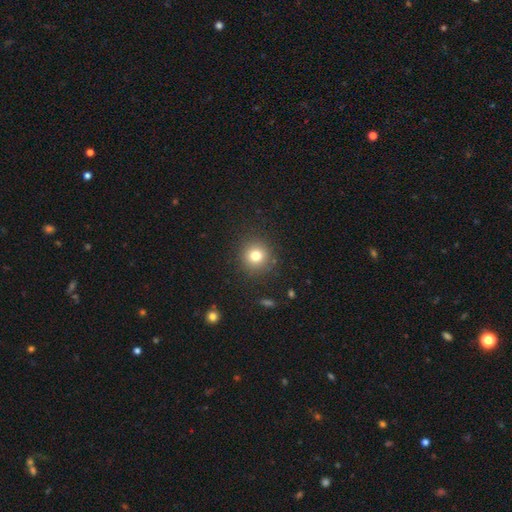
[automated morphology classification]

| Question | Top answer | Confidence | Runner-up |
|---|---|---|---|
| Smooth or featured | smooth | 78% | star or artifact (14%) |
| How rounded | round | 93% | in between (6%) |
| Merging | none | 89% | minor disturbance (7%) |